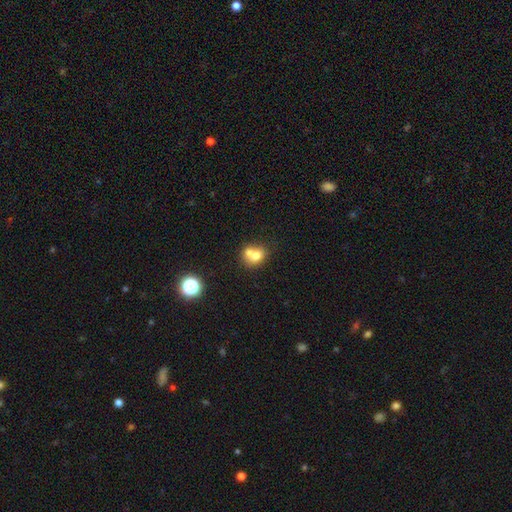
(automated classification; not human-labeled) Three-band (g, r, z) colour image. It shows a smooth galaxy with no disk features (69%) that is round (59%). Merging: merger (61%).